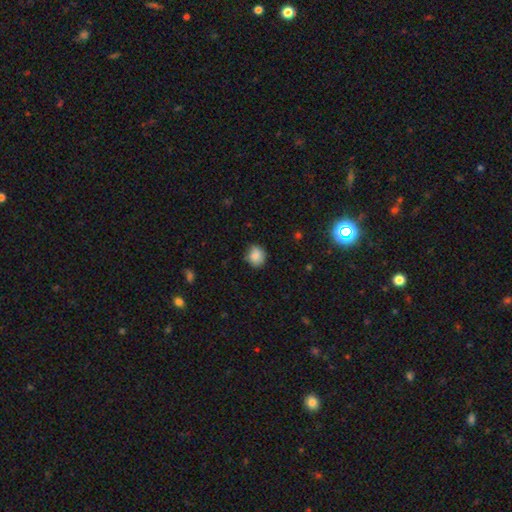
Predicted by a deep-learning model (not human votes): Q: Smooth or featured?
A: smooth (85%); runner-up: star or artifact (9%)
Q: How rounded?
A: round (72%); runner-up: in between (27%)
Q: Merging?
A: none (77%); runner-up: minor disturbance (18%)